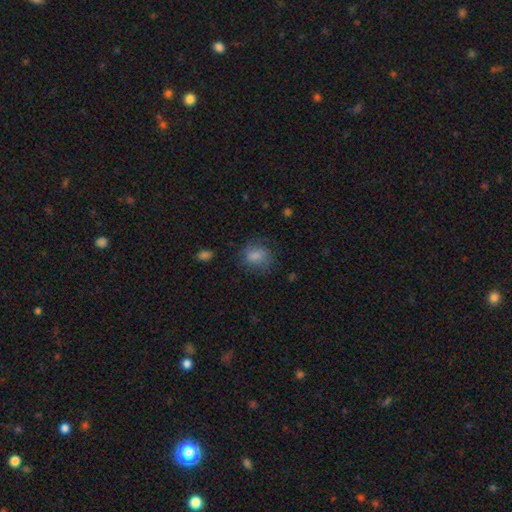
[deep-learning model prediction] The model was most divided on "how rounded": in between: 51%, round: 48%, cigar-shaped: 1%. More confident: smooth or featured — smooth (79%); merging — none (65%).